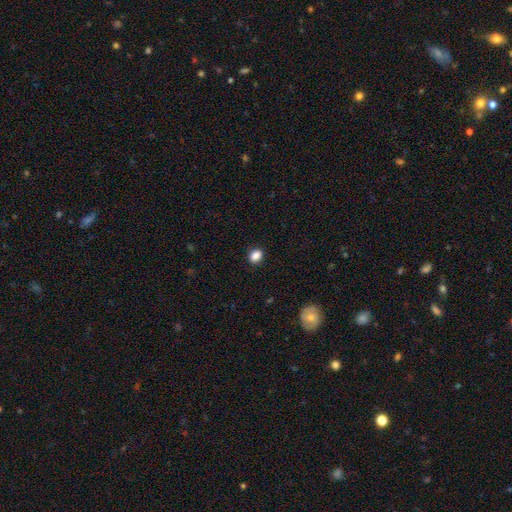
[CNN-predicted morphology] This is clearly a smooth galaxy (87%). How rounded: possibly in between (52%). Merging: clearly none (88%).